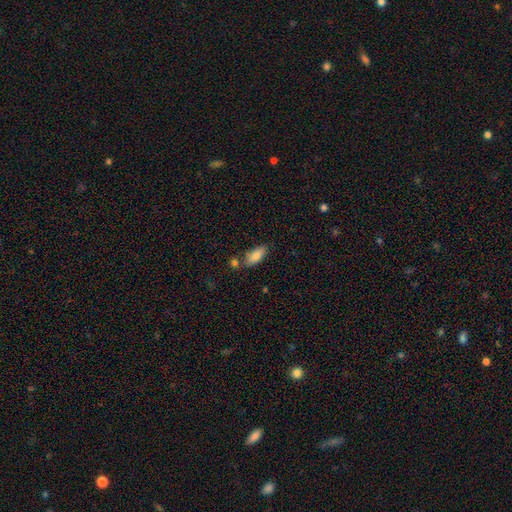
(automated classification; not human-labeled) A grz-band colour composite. It shows a smooth galaxy with no disk features (83%) that is in between round and cigar-shaped (79%). Merging: none (68%).